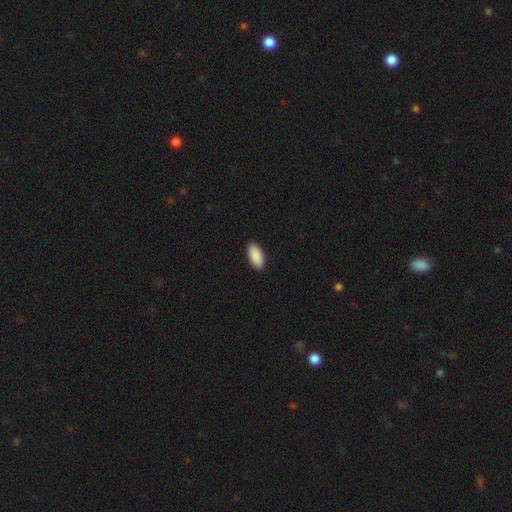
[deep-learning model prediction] Overall: smooth (91%). How rounded: in between (94%). Merging: none (90%).